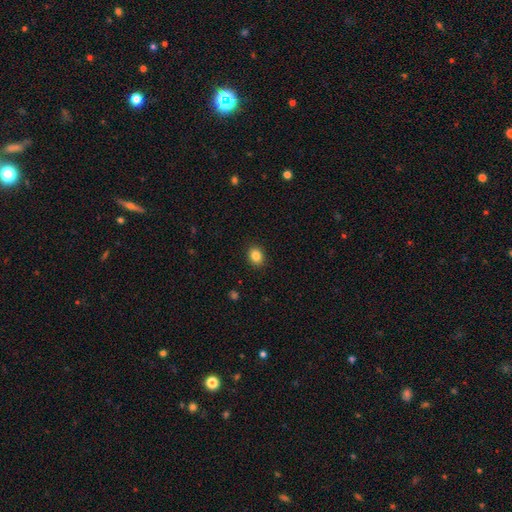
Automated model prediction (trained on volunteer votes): smooth_or_featured: smooth (p=0.85) [alt: star or artifact p=0.10]
how_rounded: round (p=0.53) [alt: in between p=0.46]
merging: none (p=0.90) [alt: minor disturbance p=0.07]